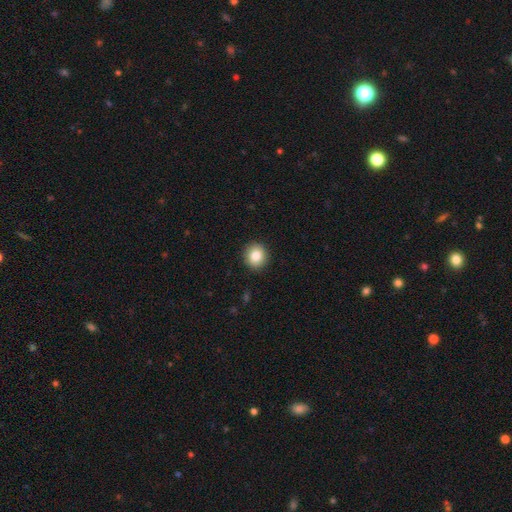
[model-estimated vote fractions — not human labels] Smooth or featured: smooth — 84% (star or artifact — 9%)
How rounded: round — 88% (in between — 11%)
Merging: none — 92% (minor disturbance — 5%)